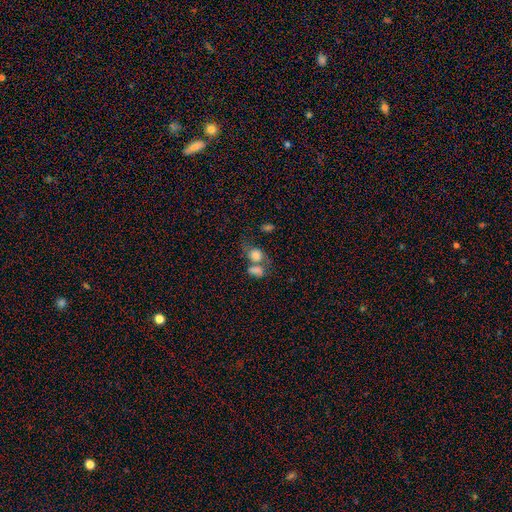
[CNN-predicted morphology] Q: Smooth or featured?
A: smooth (71%); runner-up: featured or disk (17%)
Q: How rounded?
A: in between (54%); runner-up: round (44%)
Q: Merging?
A: merger (51%); runner-up: none (25%)